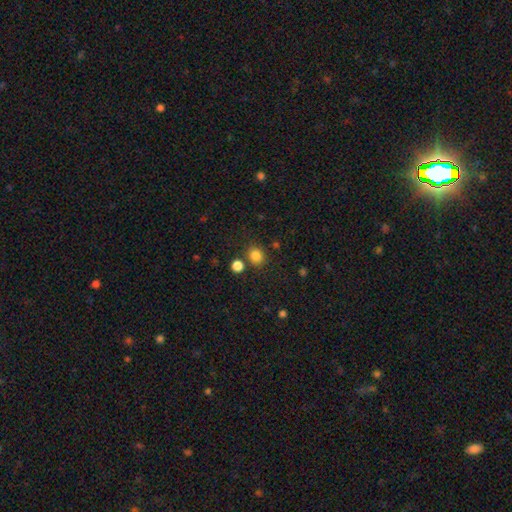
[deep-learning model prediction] Q: Smooth or featured?
A: smooth (83%); runner-up: star or artifact (13%)
Q: How rounded?
A: round (75%); runner-up: in between (25%)
Q: Merging?
A: none (79%); runner-up: merger (9%)